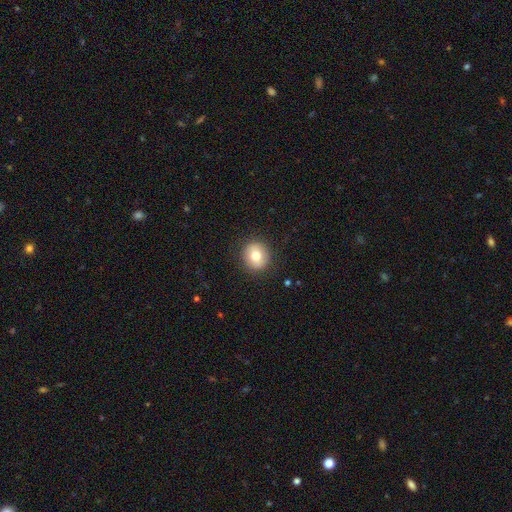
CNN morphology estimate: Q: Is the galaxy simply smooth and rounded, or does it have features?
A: smooth — 75%.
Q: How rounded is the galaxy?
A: round — 88%.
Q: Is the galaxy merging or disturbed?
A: none — 90%.